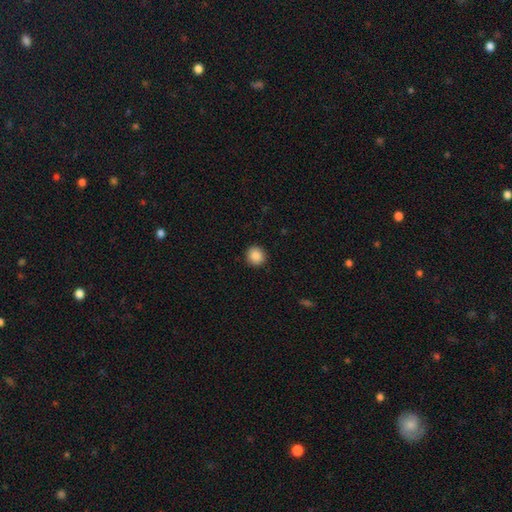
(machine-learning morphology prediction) This is clearly a smooth galaxy (88%). How rounded: clearly round (92%). Merging: clearly none (91%).